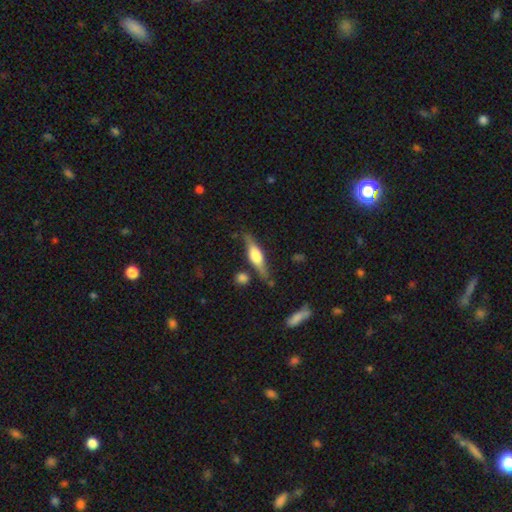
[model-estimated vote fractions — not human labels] Smooth or featured: featured or disk — 60% (smooth — 34%)
Edge-on disk: yes — 93% (no — 7%)
Edge-on bulge: rounded — 85% (boxy — 12%)
Merging: none — 76% (minor disturbance — 15%)